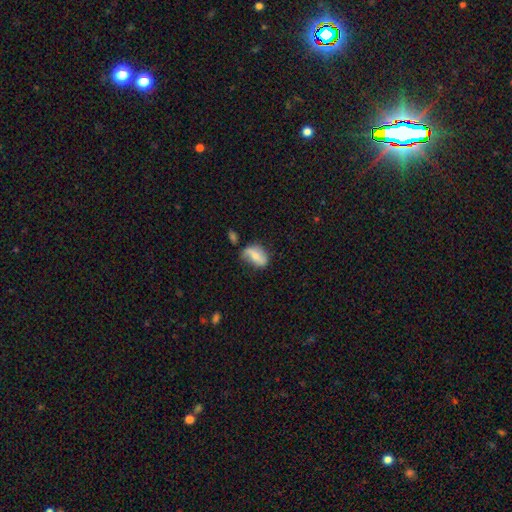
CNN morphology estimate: This is possibly a smooth galaxy (55%). How rounded: clearly in between (86%). Merging: possibly none (47%).